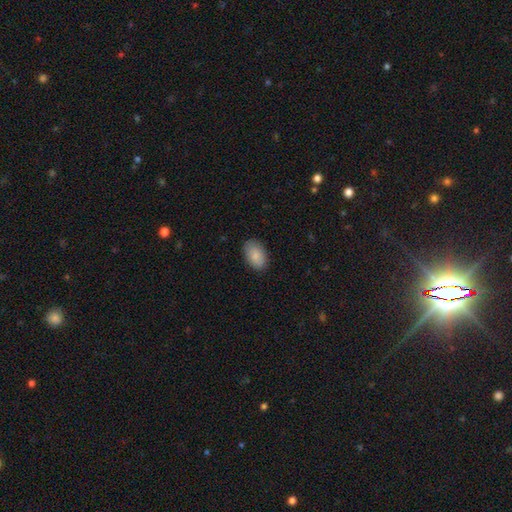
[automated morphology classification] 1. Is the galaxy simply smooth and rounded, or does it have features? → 86% smooth, 7% featured or disk, 6% star or artifact.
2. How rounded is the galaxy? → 92% in between, 7% round, 1% cigar-shaped.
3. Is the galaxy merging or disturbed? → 86% none, 11% minor disturbance, 2% major disturbance, 1% merger.